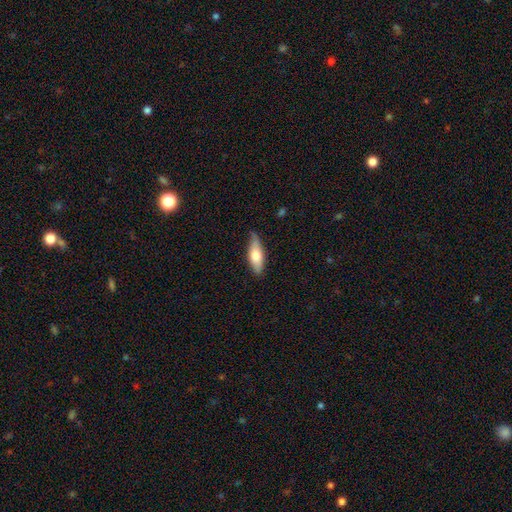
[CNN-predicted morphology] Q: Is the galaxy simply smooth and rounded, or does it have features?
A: smooth — 68%.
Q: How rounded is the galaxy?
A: in between — 61%.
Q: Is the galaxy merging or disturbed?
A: none — 75%.